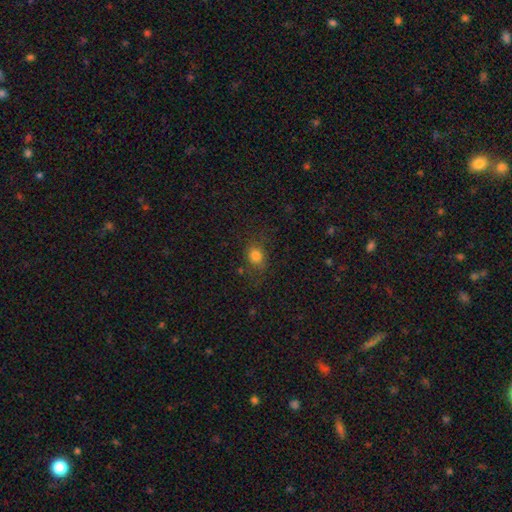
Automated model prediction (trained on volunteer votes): Smooth or featured?
  - smooth: 78% *
  - star or artifact: 13%
  - featured or disk: 8%
How rounded?
  - round: 57% *
  - in between: 42%
  - cigar-shaped: 1%
Merging?
  - none: 71% *
  - minor disturbance: 18%
  - major disturbance: 8%
  - merger: 2%